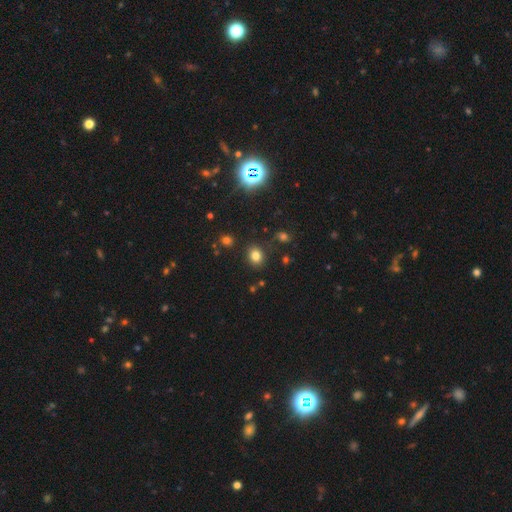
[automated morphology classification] smooth-or-featured: smooth: 78% | star or artifact: 15% | featured or disk: 7%
  how-rounded: round: 59% | in between: 40% | cigar-shaped: 1%
  merging: none: 83% | minor disturbance: 10% | merger: 4% | major disturbance: 4%